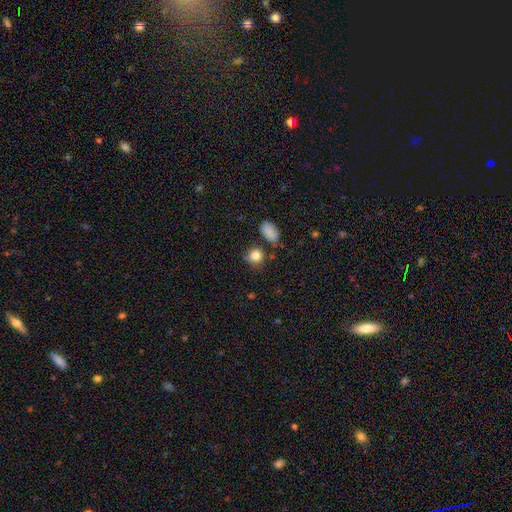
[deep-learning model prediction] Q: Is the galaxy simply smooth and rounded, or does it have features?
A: smooth — 83%.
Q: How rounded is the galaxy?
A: round — 76%.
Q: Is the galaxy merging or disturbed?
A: none — 71%.